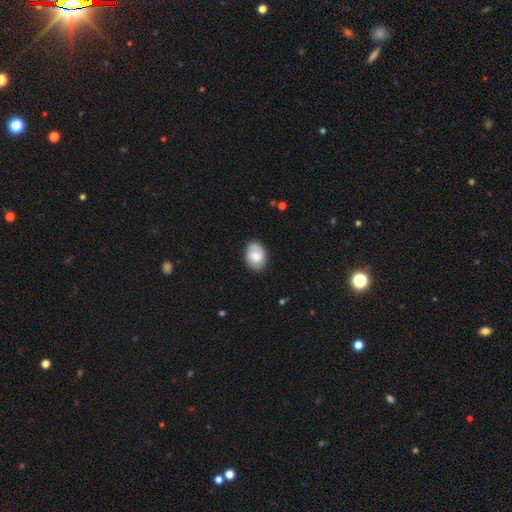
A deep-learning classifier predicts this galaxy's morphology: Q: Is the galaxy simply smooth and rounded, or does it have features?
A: smooth — 61%.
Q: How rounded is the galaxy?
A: in between — 74%.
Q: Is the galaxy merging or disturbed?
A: none — 77%.